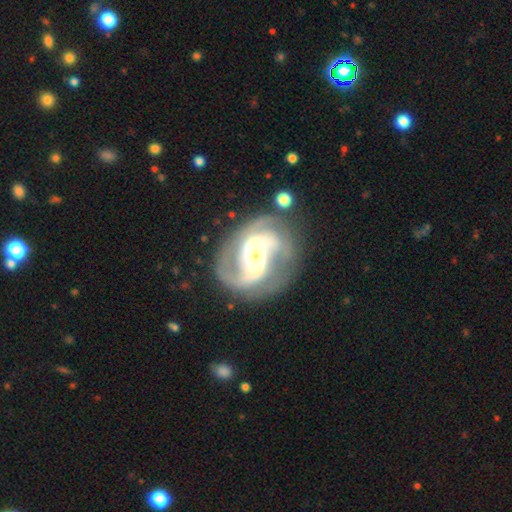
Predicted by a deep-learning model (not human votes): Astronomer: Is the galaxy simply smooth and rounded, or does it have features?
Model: featured or disk — 86%.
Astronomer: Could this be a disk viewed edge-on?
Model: no — 98%.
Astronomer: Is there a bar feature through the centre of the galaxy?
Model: no — 45% (runner-up: weak, 35%).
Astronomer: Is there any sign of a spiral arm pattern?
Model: yes — 94%.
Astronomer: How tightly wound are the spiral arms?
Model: medium — 48% (runner-up: tight, 34%).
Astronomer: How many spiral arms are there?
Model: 2 — 62%.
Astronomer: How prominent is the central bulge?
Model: small — 45% (runner-up: moderate, 33%).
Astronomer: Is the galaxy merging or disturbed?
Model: none — 61%.